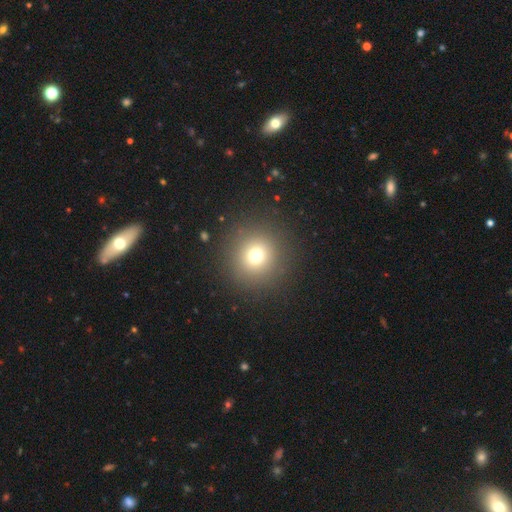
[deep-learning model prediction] This is likely a smooth galaxy (72%). How rounded: clearly round (95%). Merging: clearly none (90%).